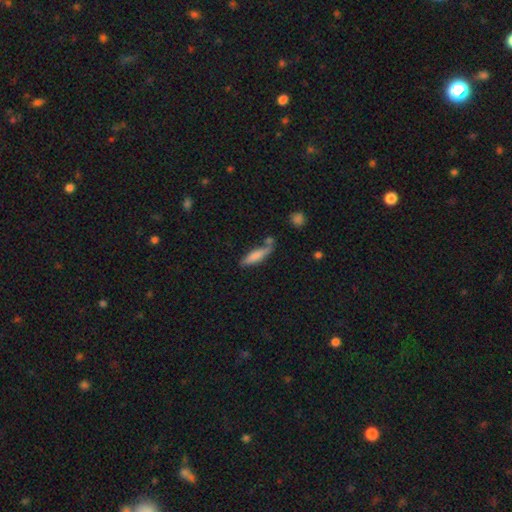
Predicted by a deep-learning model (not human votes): The model was most divided on "merging": none: 59%, minor disturbance: 19%, merger: 16%, major disturbance: 6%. More confident: smooth or featured — smooth (75%); how rounded — cigar-shaped (73%).